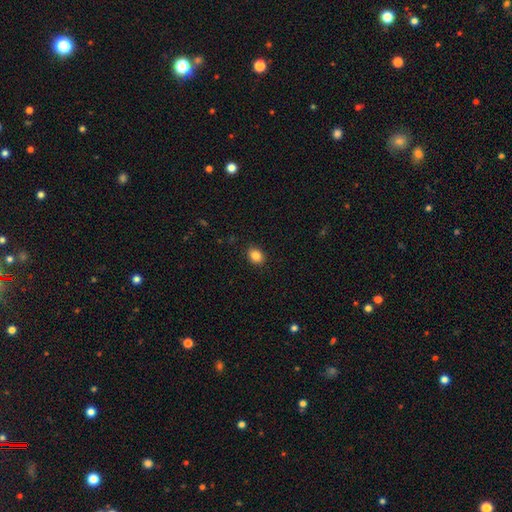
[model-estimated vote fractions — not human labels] Smooth or featured? smooth (85%)
How rounded? in between (58%)
Merging? none (90%)